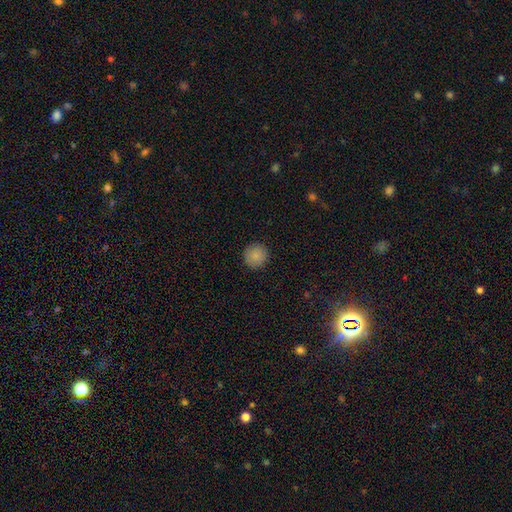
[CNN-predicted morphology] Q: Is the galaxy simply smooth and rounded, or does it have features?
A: smooth — 87%.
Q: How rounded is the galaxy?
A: round — 95%.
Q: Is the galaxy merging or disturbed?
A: none — 92%.